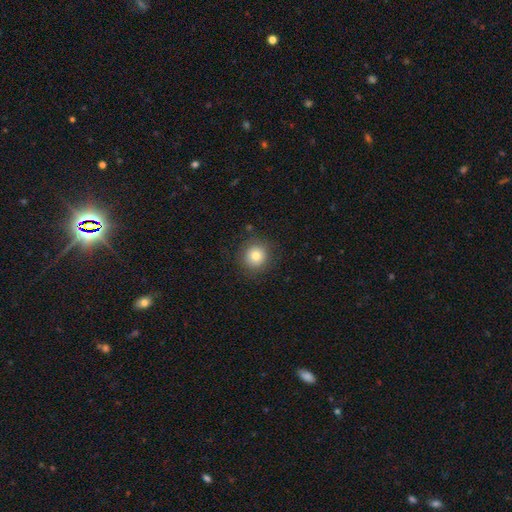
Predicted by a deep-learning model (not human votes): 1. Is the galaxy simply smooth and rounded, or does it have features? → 78% smooth, 11% star or artifact, 11% featured or disk.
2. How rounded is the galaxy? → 94% round, 5% in between, 1% cigar-shaped.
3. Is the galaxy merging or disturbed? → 86% none, 9% minor disturbance, 4% major disturbance, 1% merger.